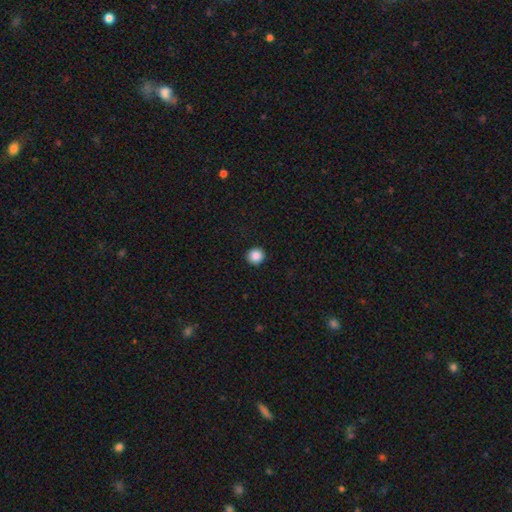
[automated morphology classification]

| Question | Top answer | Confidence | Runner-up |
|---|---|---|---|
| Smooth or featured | smooth | 88% | star or artifact (9%) |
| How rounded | round | 93% | in between (6%) |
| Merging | none | 93% | minor disturbance (5%) |